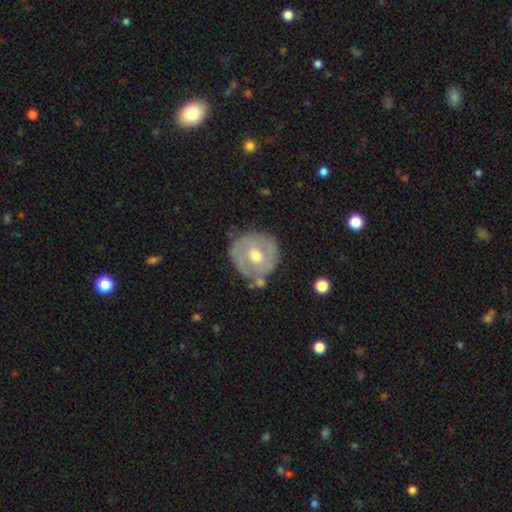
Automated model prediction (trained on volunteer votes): The model was most divided on "bar": no: 60%, weak: 32%, strong: 8%. More confident: edge-on disk — no (96%); bulge size — moderate (76%); merging — none (74%); smooth or featured — featured or disk (67%); spiral arms — yes (65%).